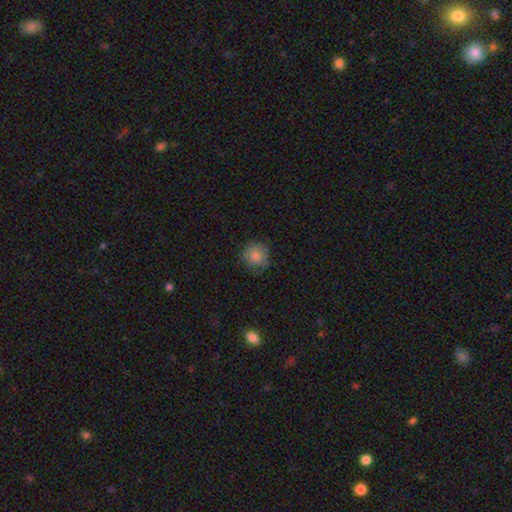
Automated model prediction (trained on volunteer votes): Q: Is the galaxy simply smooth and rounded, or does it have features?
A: smooth — 81%.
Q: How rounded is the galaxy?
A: round — 90%.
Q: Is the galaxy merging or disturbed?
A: none — 73%.